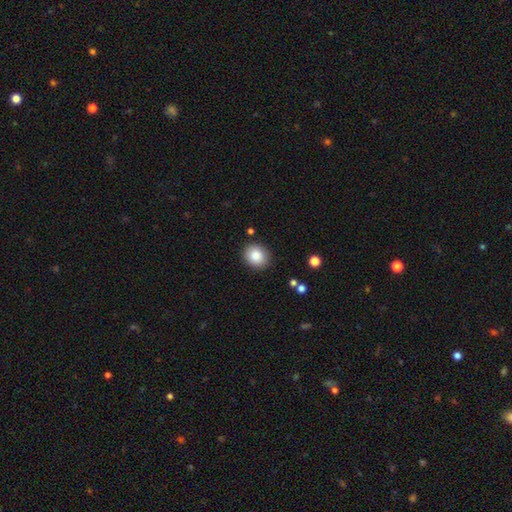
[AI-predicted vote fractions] A smooth galaxy with no disk features (85%) that is round (63%). Merging: none (87%).